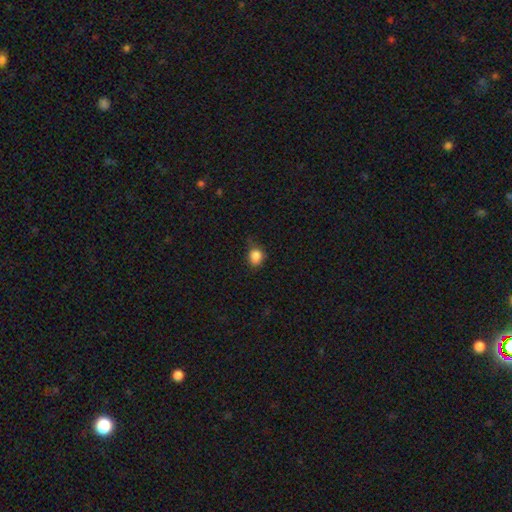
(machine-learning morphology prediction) A smooth galaxy with no disk features (86%) that is round (63%).

Vote fractions:
- Smooth or featured? smooth: 86% / star or artifact: 10% / featured or disk: 4%
- How rounded? round: 63% / in between: 35% / cigar-shaped: 1%
- Merging? none: 60% / minor disturbance: 31% / major disturbance: 7% / merger: 2%